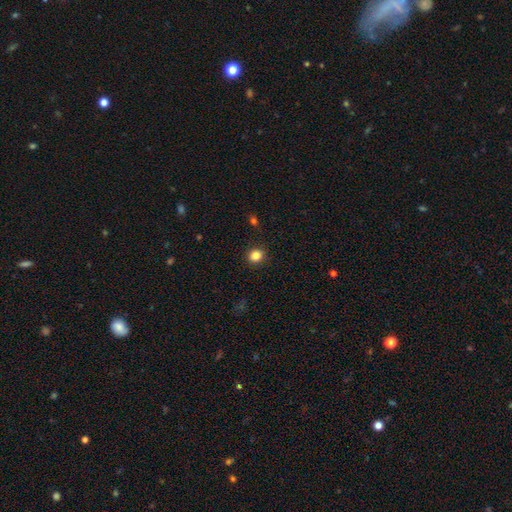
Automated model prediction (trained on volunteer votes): Smooth or featured: smooth — 85% (star or artifact — 11%)
How rounded: round — 77% (in between — 22%)
Merging: none — 90% (minor disturbance — 7%)